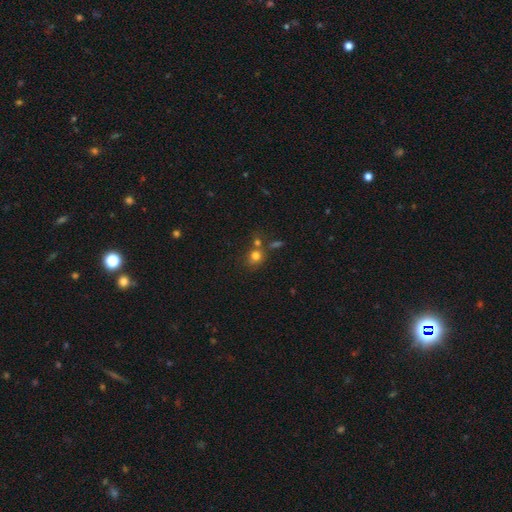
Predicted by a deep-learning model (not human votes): This is likely a smooth galaxy (76%). How rounded: likely round (72%). Merging: possibly none (52%).